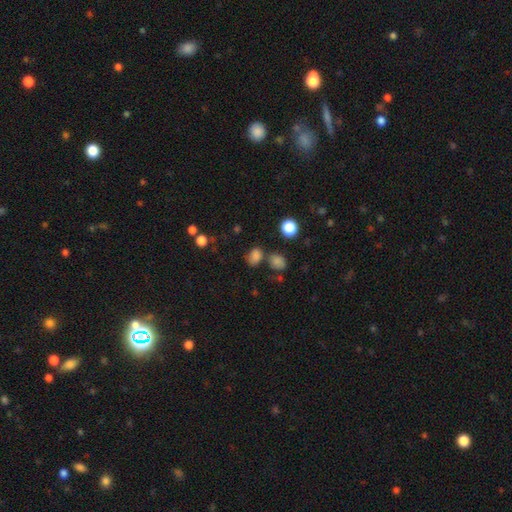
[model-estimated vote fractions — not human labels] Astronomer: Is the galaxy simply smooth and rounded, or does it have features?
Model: smooth — 79%.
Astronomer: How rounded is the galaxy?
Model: in between — 60% (runner-up: round, 39%).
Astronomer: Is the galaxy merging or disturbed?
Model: none — 62%.